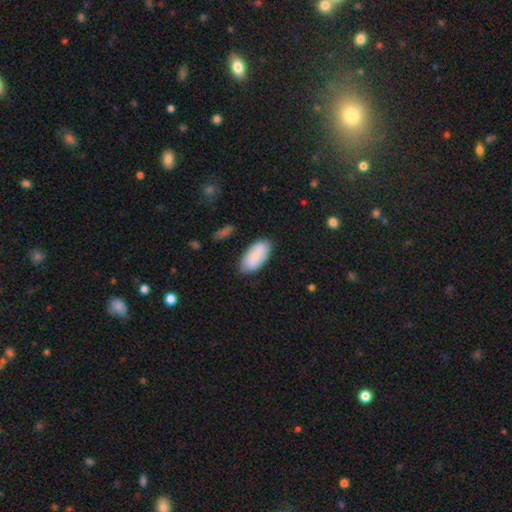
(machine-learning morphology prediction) Smooth or featured: smooth — 79% (featured or disk — 14%)
How rounded: in between — 93% (cigar-shaped — 5%)
Merging: none — 76% (minor disturbance — 17%)